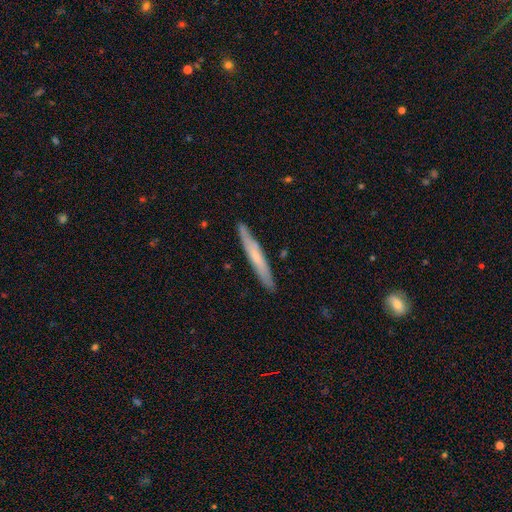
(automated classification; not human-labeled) smooth-or-featured: smooth: 51% | featured or disk: 43% | star or artifact: 6%
  how-rounded: cigar-shaped: 96% | in between: 3% | round: 1%
  merging: none: 88% | minor disturbance: 9% | major disturbance: 1% | merger: 1%